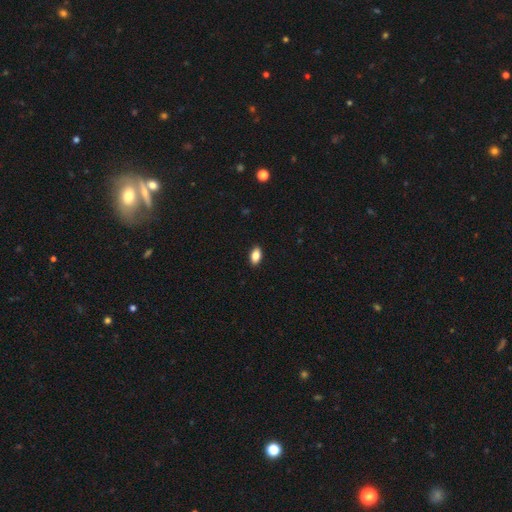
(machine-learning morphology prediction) type=smooth (84%); roundness=in between (91%); merging=none (90%).